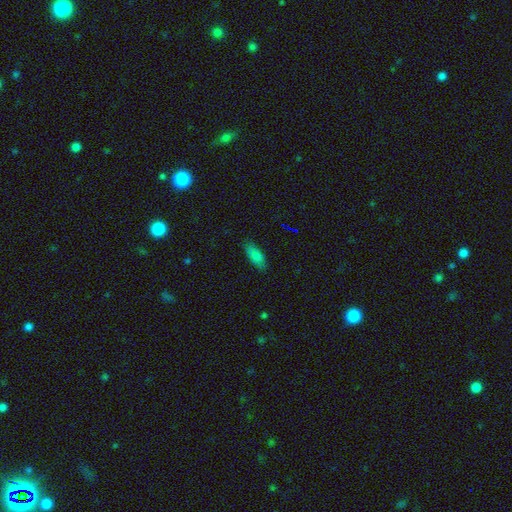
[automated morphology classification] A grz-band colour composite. It shows a smooth galaxy with no disk features (83%) that is in between round and cigar-shaped (77%). Merging: none (83%).